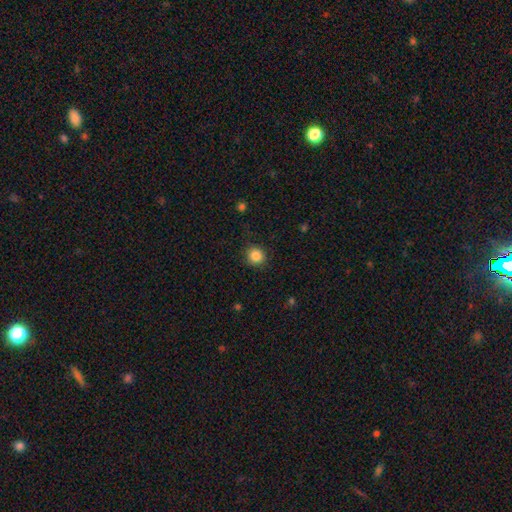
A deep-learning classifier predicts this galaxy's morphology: Smooth or featured?
  - smooth: 86% *
  - star or artifact: 10%
  - featured or disk: 4%
How rounded?
  - round: 92% *
  - in between: 7%
  - cigar-shaped: 1%
Merging?
  - none: 88% *
  - minor disturbance: 8%
  - major disturbance: 3%
  - merger: 1%